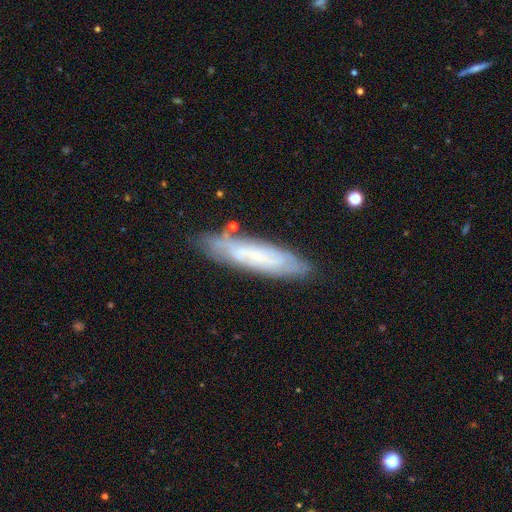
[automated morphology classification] Smooth or featured: featured or disk — 51% (smooth — 40%)
Edge-on disk: no — 56% (yes — 44%)
Merging: none — 80% (minor disturbance — 14%)